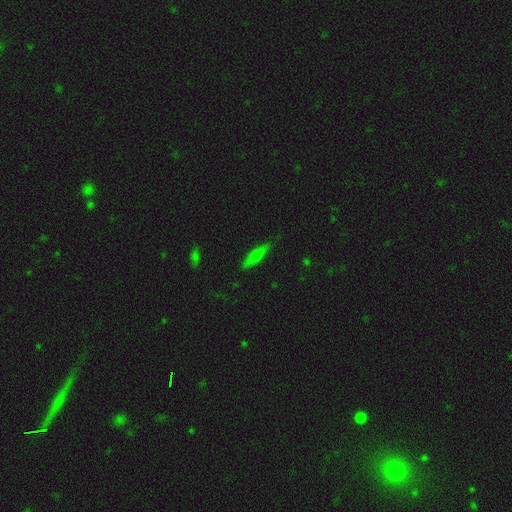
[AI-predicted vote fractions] Overall: smooth (53%; featured or disk 38%). How rounded: cigar-shaped (67%; in between 30%). Merging: none (86%).